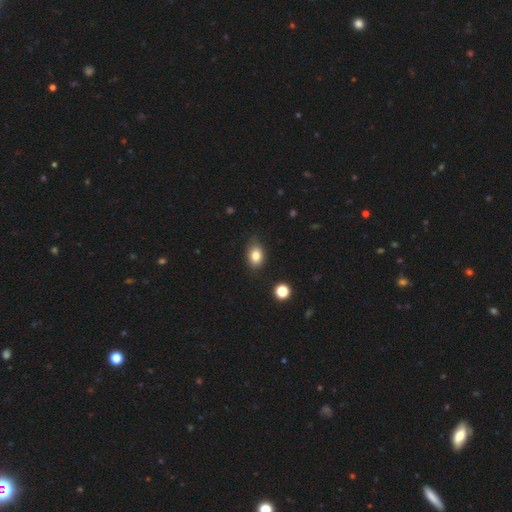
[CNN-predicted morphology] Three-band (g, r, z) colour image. It shows a smooth galaxy with no disk features (82%) that is in between round and cigar-shaped (77%). Merging: none (76%).